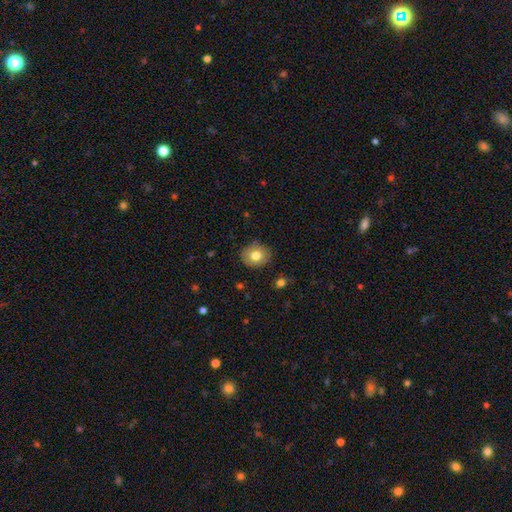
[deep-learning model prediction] Overall: smooth (78%). How rounded: round (77%). Merging: none (86%).